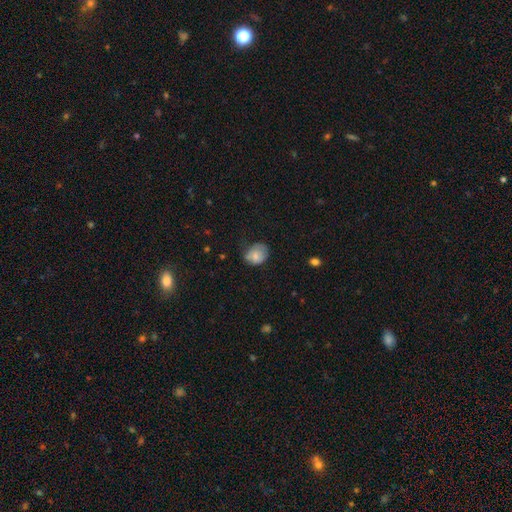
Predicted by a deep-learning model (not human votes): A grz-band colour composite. It shows a smooth galaxy with no disk features (75%) that is round (50%). Merging: none (43%).